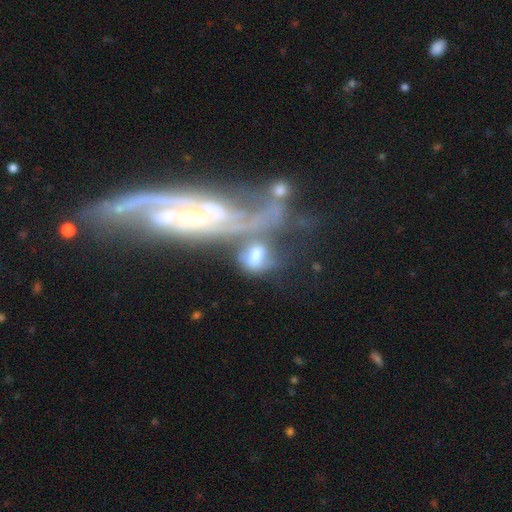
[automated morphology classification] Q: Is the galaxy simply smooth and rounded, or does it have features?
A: featured or disk — 45%.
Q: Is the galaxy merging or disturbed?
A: merger — 43%.